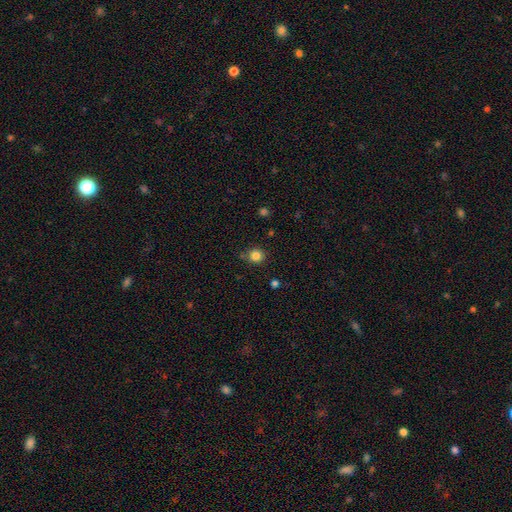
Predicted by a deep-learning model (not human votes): A smooth galaxy with no disk features (83%) that is round (88%). Merging: none (82%).